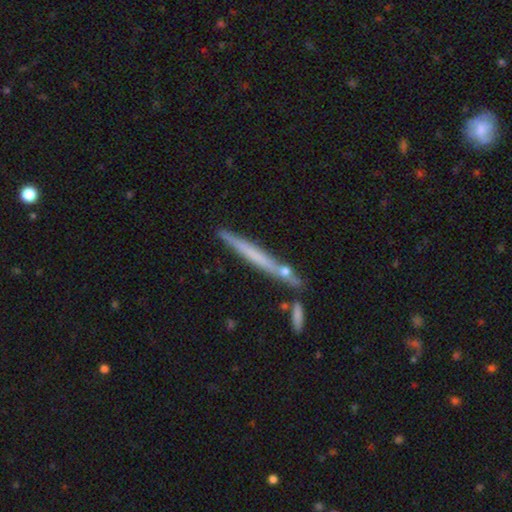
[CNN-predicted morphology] The model was most divided on "smooth or featured": smooth: 48%, featured or disk: 46%, star or artifact: 7%. More confident: merging — none (75%).